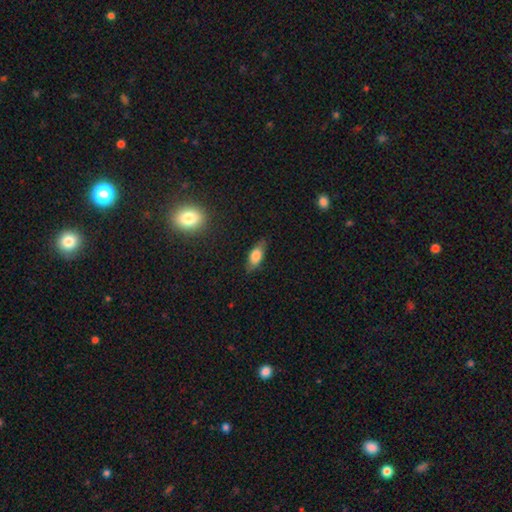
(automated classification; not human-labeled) smooth 70%, featured or disk 21%, star or artifact 8%. Down the decision tree: how rounded — in between (75%); merging — none (76%).